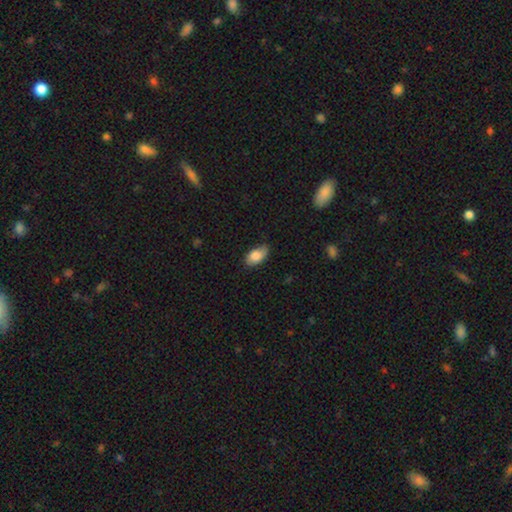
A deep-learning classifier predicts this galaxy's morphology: Overall: smooth (83%). How rounded: in between (93%). Merging: none (75%).